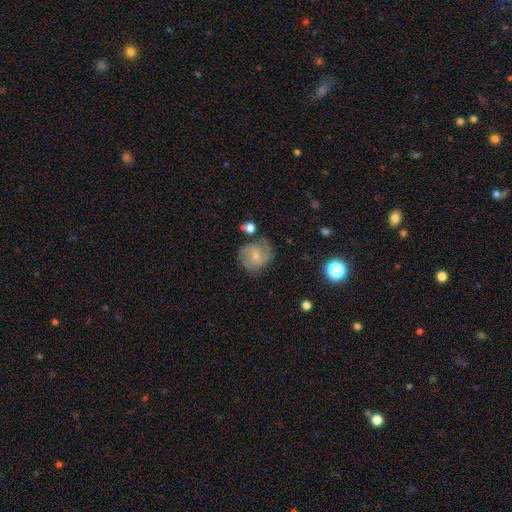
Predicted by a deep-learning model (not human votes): smooth-or-featured: featured or disk: 51% | smooth: 41% | star or artifact: 8%
  disk-edge-on: no: 97% | yes: 3%
  merging: none: 65% | minor disturbance: 22% | major disturbance: 8% | merger: 5%